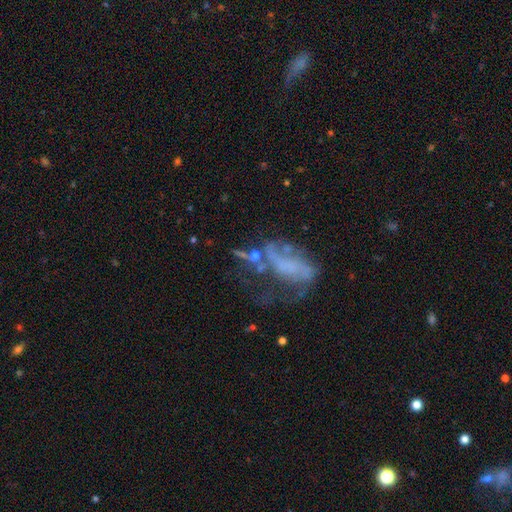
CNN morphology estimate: Smooth or featured: featured or disk — 53% (smooth — 30%)
Edge-on disk: no — 87% (yes — 13%)
Merging: none — 34% (major disturbance — 28%)